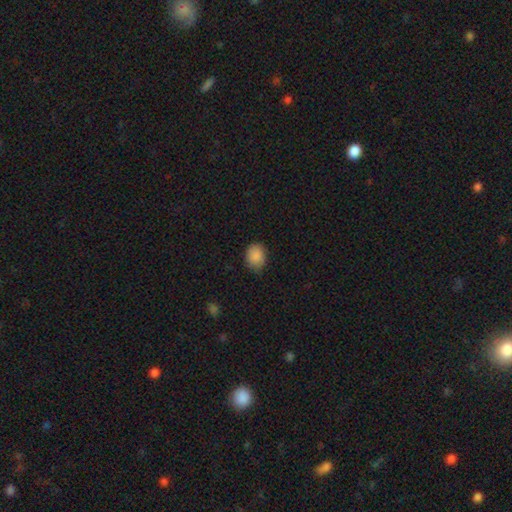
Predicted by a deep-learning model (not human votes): This is clearly a smooth galaxy (88%). How rounded: possibly round (51%). Merging: likely none (77%).